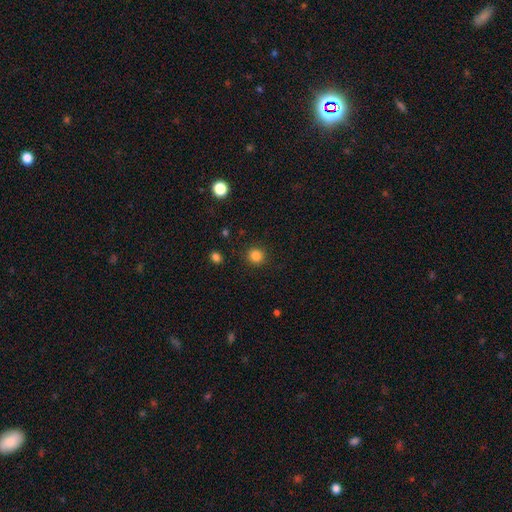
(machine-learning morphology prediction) A smooth galaxy with no disk features (84%) that is round (92%). Merging: none (90%).